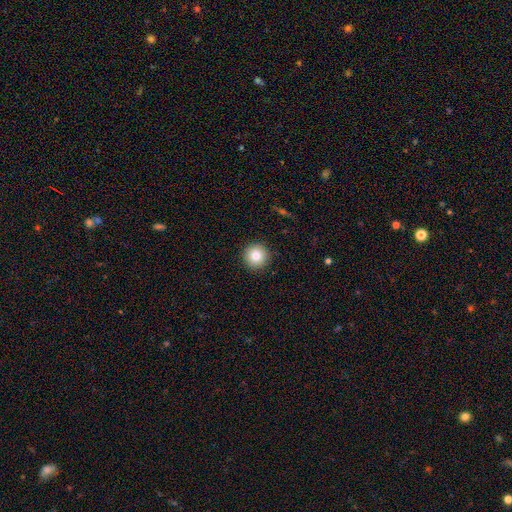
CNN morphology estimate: Smooth or featured? Predicted: smooth (p=0.81). How rounded? Predicted: round (p=0.96). Merging? Predicted: none (p=0.92).